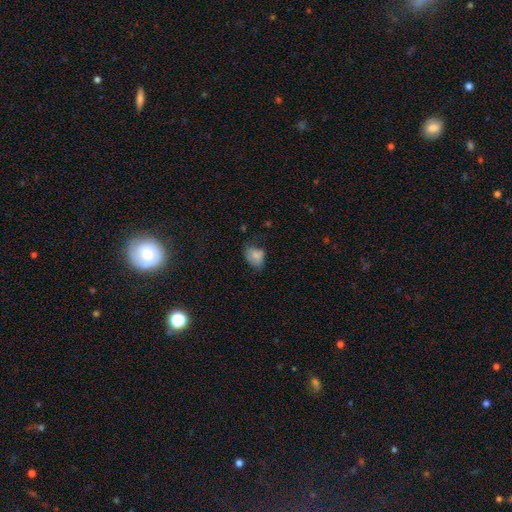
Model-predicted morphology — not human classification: Smooth or featured?
  - smooth: 76% *
  - featured or disk: 15%
  - star or artifact: 9%
How rounded?
  - in between: 74% *
  - round: 25%
  - cigar-shaped: 1%
Merging?
  - none: 45% *
  - minor disturbance: 37%
  - major disturbance: 16%
  - merger: 2%